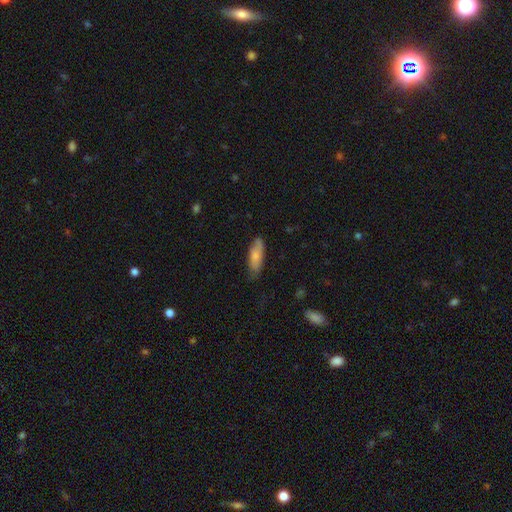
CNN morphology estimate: This appears to be a smooth galaxy with no disk features (79%) that is in between round and cigar-shaped (66%). Merging: none (70%).